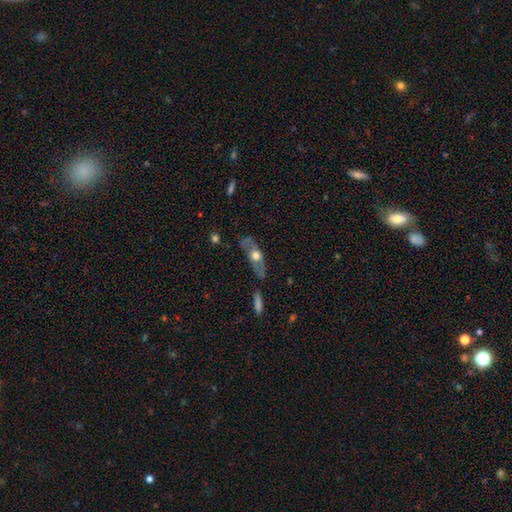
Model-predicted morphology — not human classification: smooth_or_featured: featured or disk (p=0.51) [alt: smooth p=0.42]
disk_edge_on: yes (p=0.55) [alt: no p=0.45]
merging: none (p=0.58) [alt: minor disturbance p=0.23]